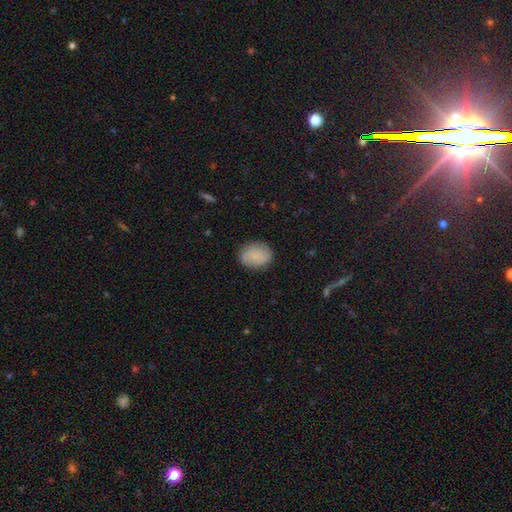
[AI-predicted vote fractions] Smooth or featured? smooth (78%)
How rounded? round (51%)
Merging? none (83%)